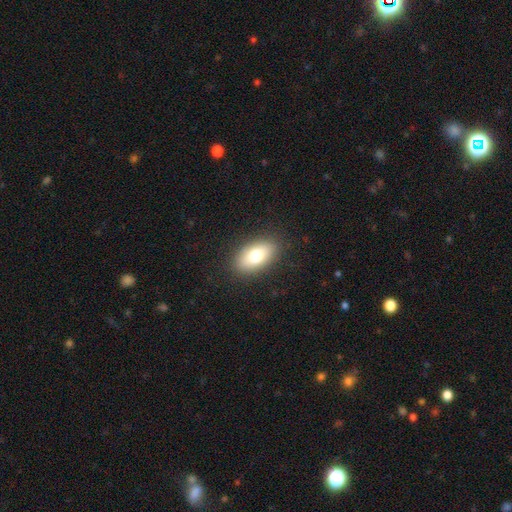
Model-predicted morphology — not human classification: Smooth or featured: smooth — 78% (featured or disk — 14%)
How rounded: in between — 91% (round — 6%)
Merging: none — 87% (minor disturbance — 9%)